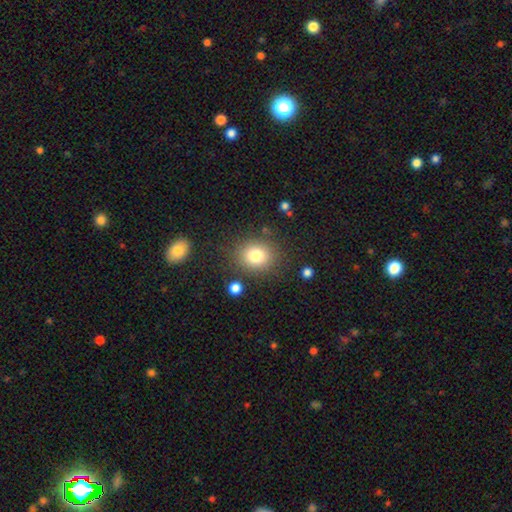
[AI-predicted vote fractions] Smooth or featured? Predicted: smooth (p=0.79). How rounded? Predicted: round (p=0.76). Merging? Predicted: none (p=0.82).